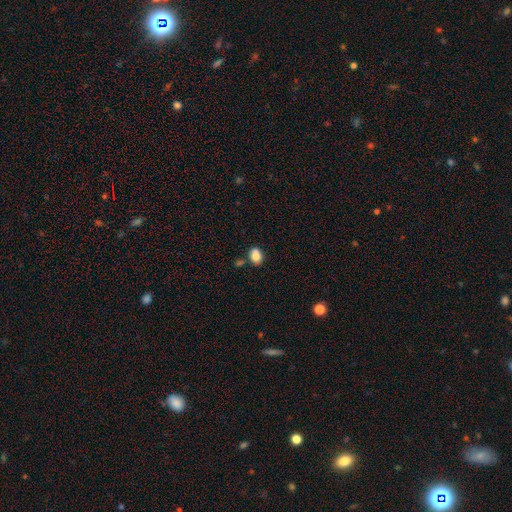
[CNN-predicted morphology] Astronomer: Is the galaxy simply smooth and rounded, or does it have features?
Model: smooth — 81%.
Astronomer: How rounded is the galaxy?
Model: in between — 64%.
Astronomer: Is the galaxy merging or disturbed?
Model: none — 60%.